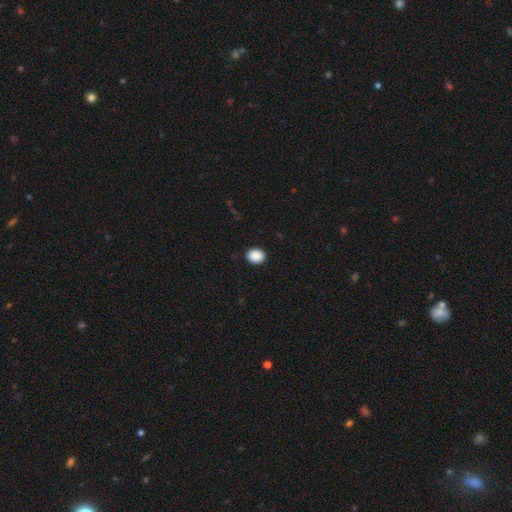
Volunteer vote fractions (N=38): This is clearly a smooth galaxy (92%). How rounded: likely in between (60%). Merging: clearly none (97%).